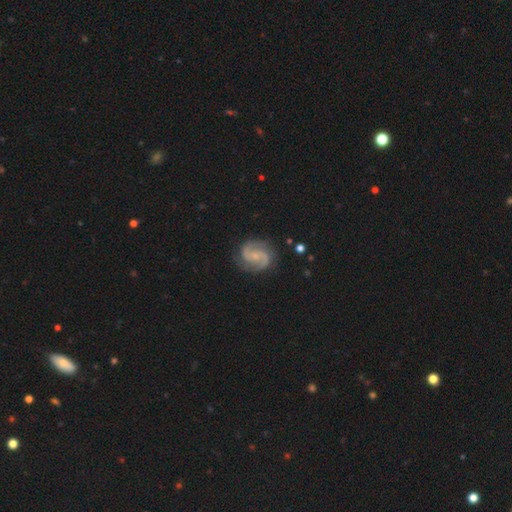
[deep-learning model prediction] A featured or disk galaxy (90%) with no bar (55%), 2 (92%) medium (59%) spiral arms (98%) and a small central bulge (67%).

Vote fractions:
- Smooth or featured? featured or disk: 90% / smooth: 6% / star or artifact: 5%
- Edge-on disk? no: 98% / yes: 2%
- Bar? no: 55% / weak: 37% / strong: 8%
- Spiral arms? yes: 98% / no: 2%
- Spiral winding? medium: 59% / tight: 23% / loose: 18%
- Spiral arm count? 2: 92% / 3: 2% / can't tell: 2% / 1: 1% / 4: 1% / more than 4: 1%
- Bulge size? small: 67% / moderate: 19% / none: 11% / large: 1% / dominant: 1%
- Merging? none: 83% / minor disturbance: 12% / major disturbance: 3% / merger: 1%